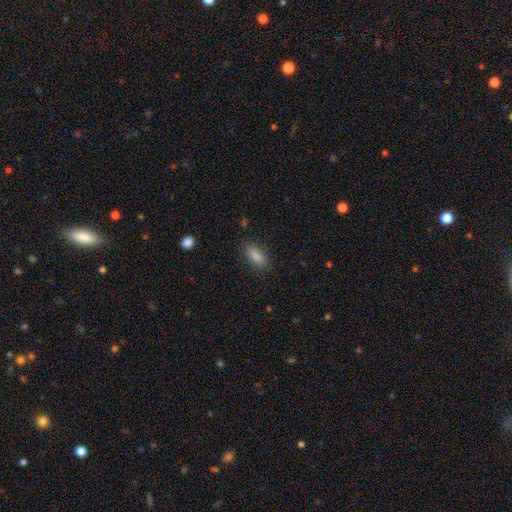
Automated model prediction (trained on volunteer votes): Smooth or featured? smooth (83%)
How rounded? in between (80%)
Merging? none (86%)